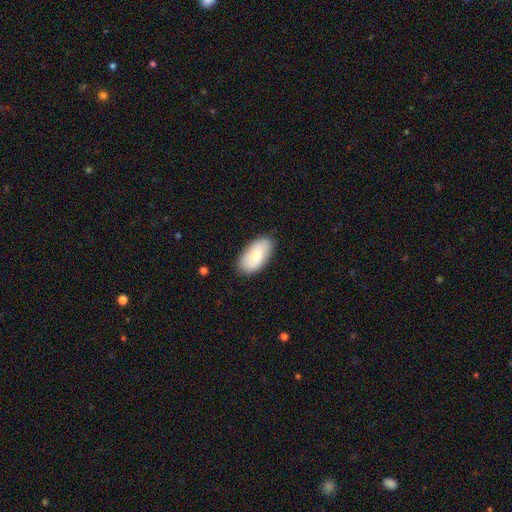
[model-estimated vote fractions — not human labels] This is likely a smooth galaxy (76%). How rounded: clearly in between (95%). Merging: clearly none (85%).